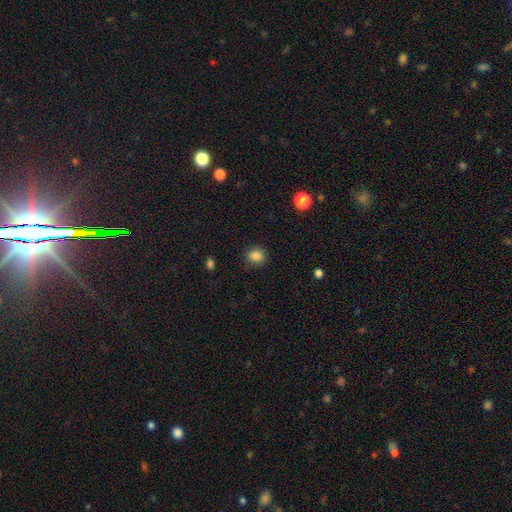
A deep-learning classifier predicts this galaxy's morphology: This appears to be a smooth galaxy with no disk features (85%) that is round (65%). Merging: none (85%).